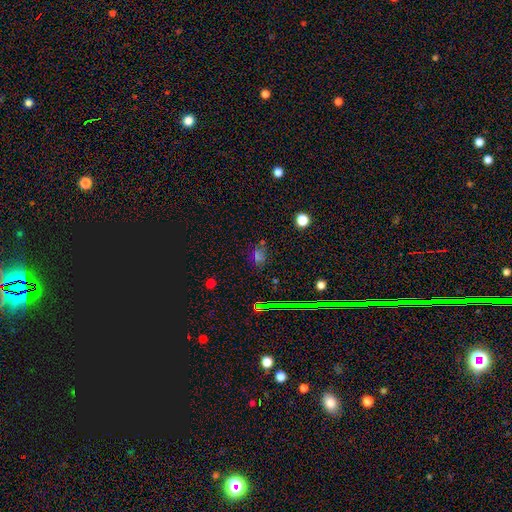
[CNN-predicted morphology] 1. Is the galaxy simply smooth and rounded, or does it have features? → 46% star or artifact, 42% smooth, 12% featured or disk.